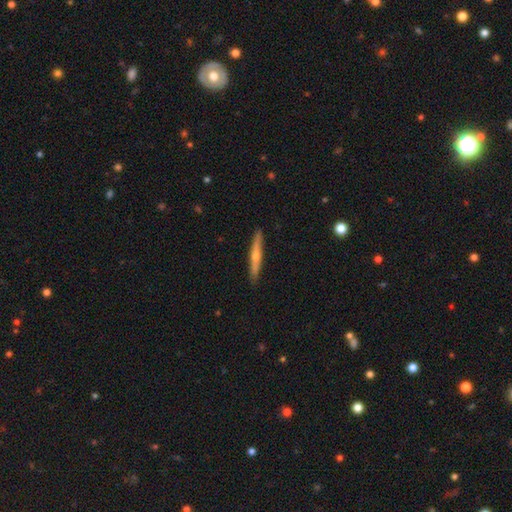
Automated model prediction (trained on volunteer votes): Smooth or featured?
  - featured or disk: 60% *
  - smooth: 34%
  - star or artifact: 7%
Edge-on disk?
  - yes: 96% *
  - no: 4%
Edge-on bulge?
  - rounded: 77% *
  - none: 19%
  - boxy: 3%
Merging?
  - none: 90% *
  - minor disturbance: 7%
  - major disturbance: 1%
  - merger: 1%